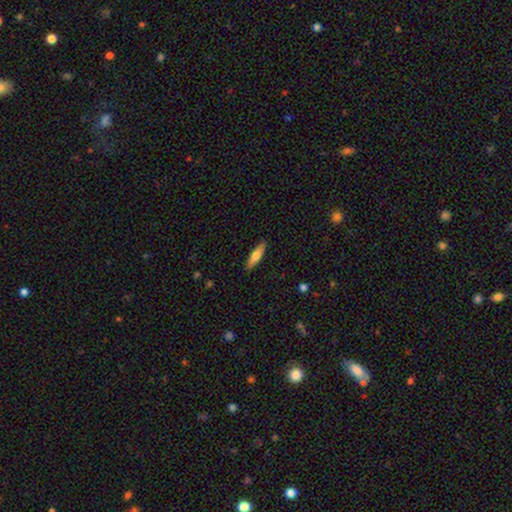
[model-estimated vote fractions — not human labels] Overall: smooth (67%). How rounded: cigar-shaped (71%). Merging: none (88%).